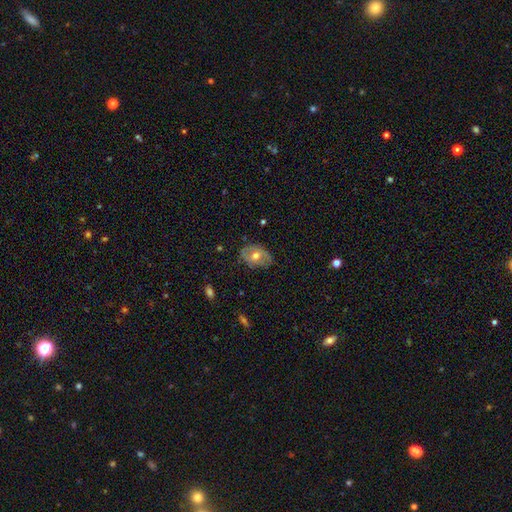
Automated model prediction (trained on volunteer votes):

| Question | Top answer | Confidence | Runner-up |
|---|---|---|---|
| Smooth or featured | featured or disk | 51% | smooth (41%) |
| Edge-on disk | no | 92% | yes (8%) |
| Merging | none | 72% | minor disturbance (21%) |